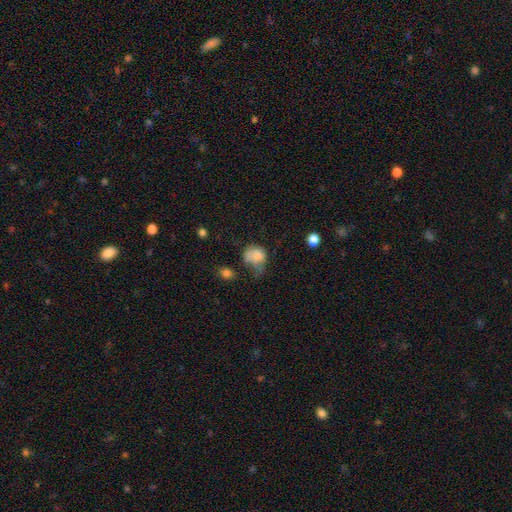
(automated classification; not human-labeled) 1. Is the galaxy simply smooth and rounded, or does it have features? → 74% smooth, 15% featured or disk, 11% star or artifact.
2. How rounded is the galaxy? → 51% round, 48% in between, 1% cigar-shaped.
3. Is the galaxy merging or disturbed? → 38% major disturbance, 32% minor disturbance, 23% none, 7% merger.